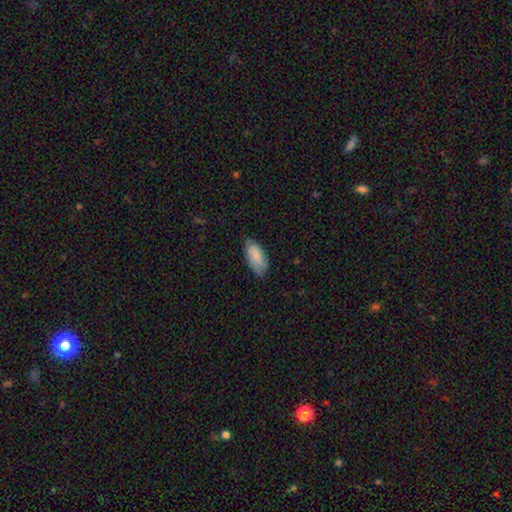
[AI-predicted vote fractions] Smooth or featured? Predicted: smooth (p=0.85). How rounded? Predicted: in between (p=0.90). Merging? Predicted: none (p=0.73).